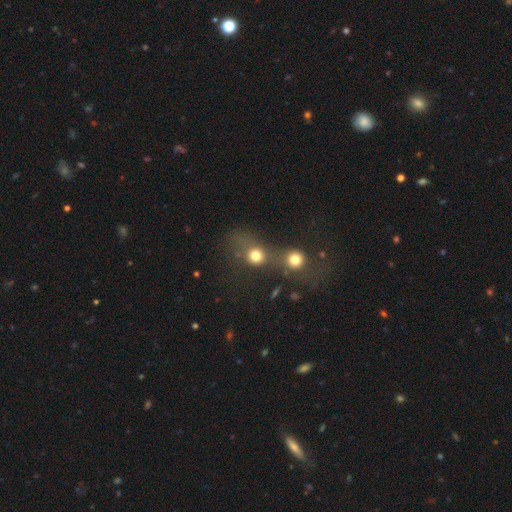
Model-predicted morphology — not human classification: Smooth or featured?
  - smooth: 75% *
  - star or artifact: 15%
  - featured or disk: 10%
How rounded?
  - round: 80% *
  - in between: 19%
  - cigar-shaped: 1%
Merging?
  - merger: 53% *
  - none: 28%
  - major disturbance: 10%
  - minor disturbance: 8%